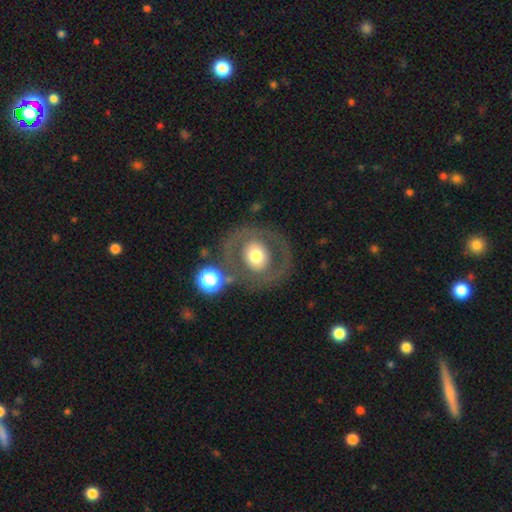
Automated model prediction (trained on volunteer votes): Q: Smooth or featured?
A: featured or disk (46%); runner-up: smooth (45%)
Q: Merging?
A: none (72%); runner-up: minor disturbance (12%)